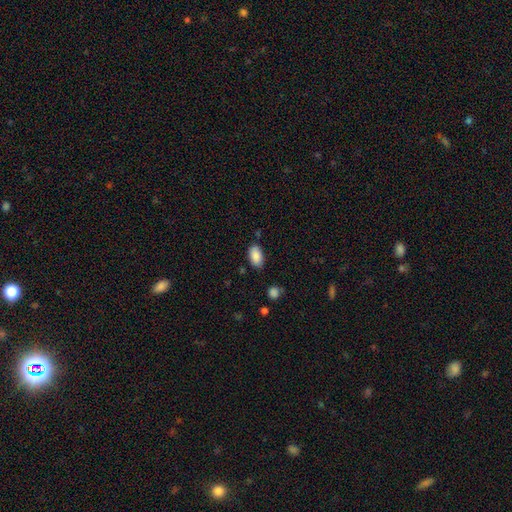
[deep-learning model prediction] Morphology: type=smooth (88%); roundness=in between (94%); merging=none (81%).